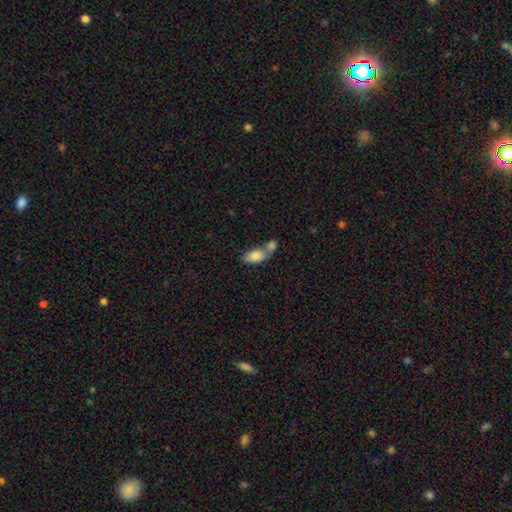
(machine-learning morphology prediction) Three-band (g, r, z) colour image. It shows a smooth galaxy with no disk features (83%) that is in between round and cigar-shaped (88%). Merging: merger (57%).